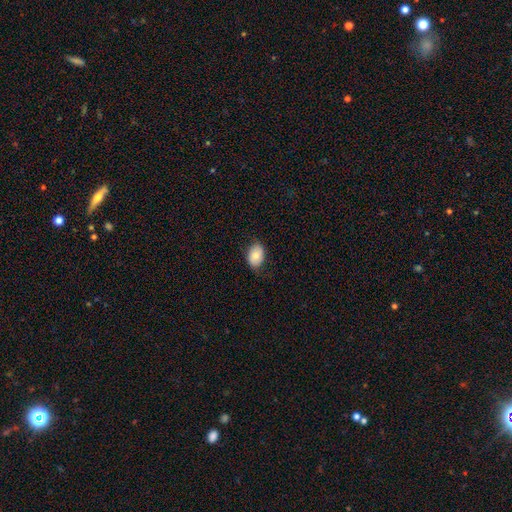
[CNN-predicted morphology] Smooth or featured? Predicted: smooth (p=0.80). How rounded? Predicted: in between (p=0.81). Merging? Predicted: none (p=0.79).